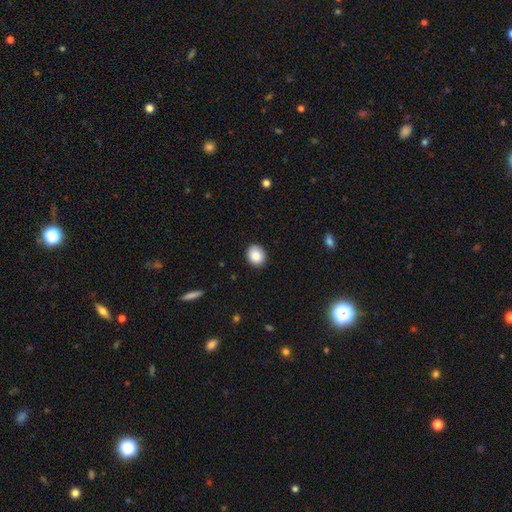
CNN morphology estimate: This is clearly a smooth galaxy (88%). How rounded: likely round (69%). Merging: clearly none (89%).